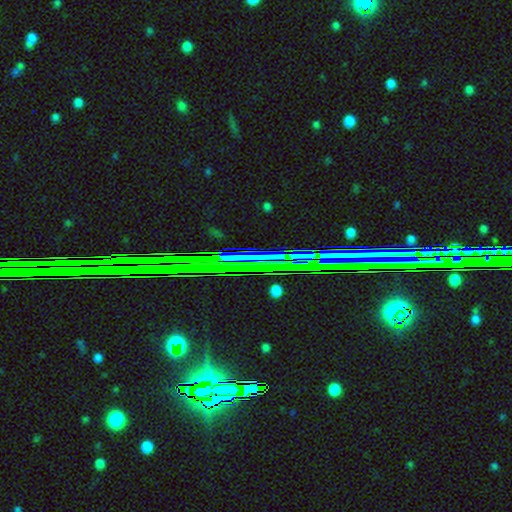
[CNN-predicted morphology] star or artifact 74%, featured or disk 14%, smooth 12%.